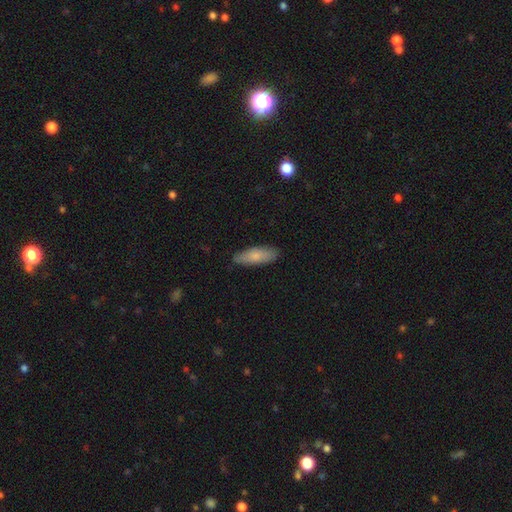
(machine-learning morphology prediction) Smooth or featured? smooth (78%)
How rounded? in between (59%)
Merging? none (84%)